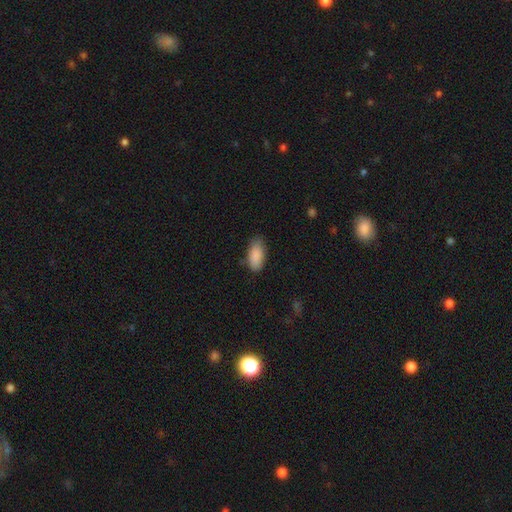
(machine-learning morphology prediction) A smooth galaxy with no disk features (89%) that is in between round and cigar-shaped (91%). Merging: none (76%).